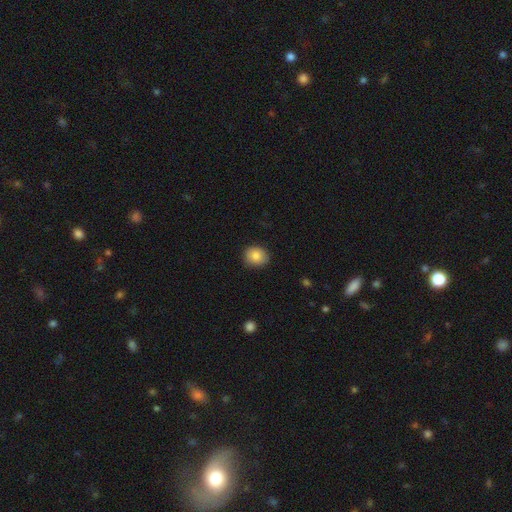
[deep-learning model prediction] Q: Smooth or featured?
A: smooth (84%); runner-up: star or artifact (8%)
Q: How rounded?
A: round (73%); runner-up: in between (26%)
Q: Merging?
A: none (85%); runner-up: minor disturbance (11%)